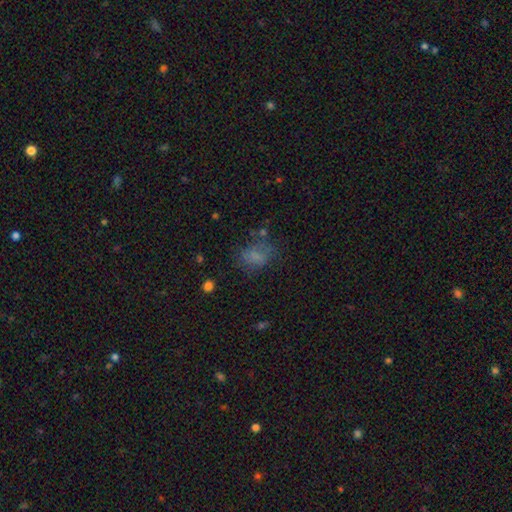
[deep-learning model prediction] Overall: smooth (64%). How rounded: in between (67%; round 31%). Merging: none (53%; minor disturbance 22%).